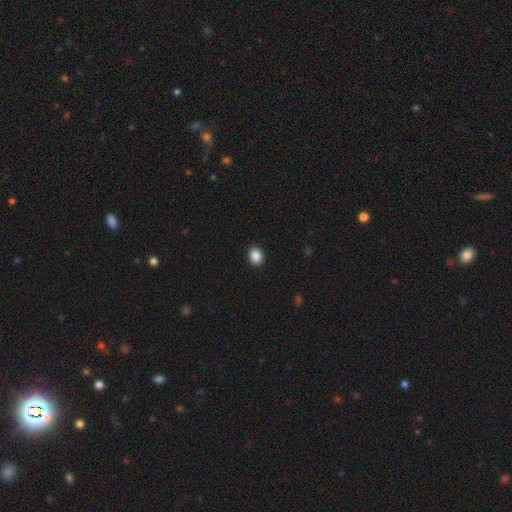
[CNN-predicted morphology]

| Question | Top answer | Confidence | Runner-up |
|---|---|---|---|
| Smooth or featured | smooth | 88% | star or artifact (9%) |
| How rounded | in between | 54% | round (45%) |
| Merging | none | 92% | minor disturbance (6%) |